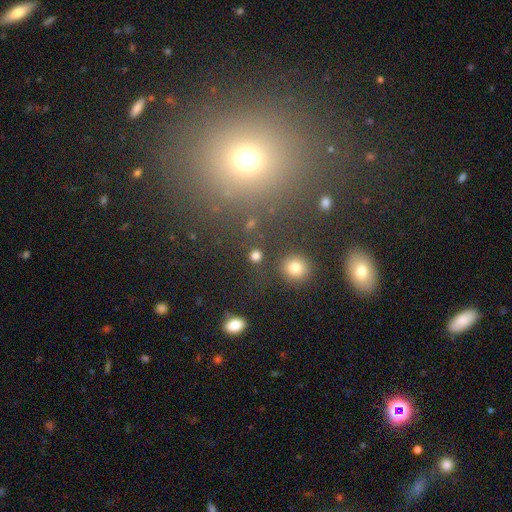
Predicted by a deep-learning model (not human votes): This is likely a smooth galaxy (79%). How rounded: clearly round (87%). Merging: clearly none (83%).